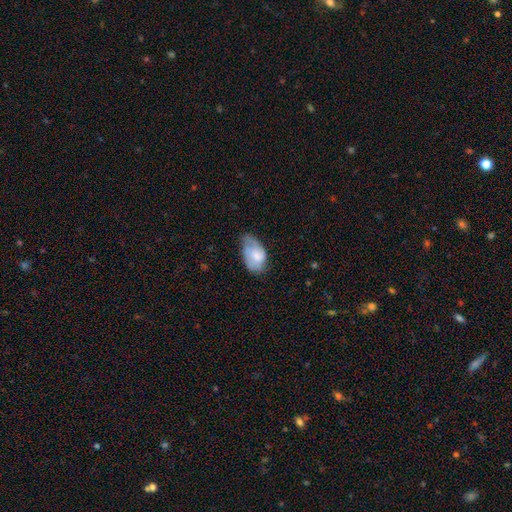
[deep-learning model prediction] This is likely a smooth galaxy (64%). How rounded: clearly in between (92%). Merging: marginally minor disturbance (43%).